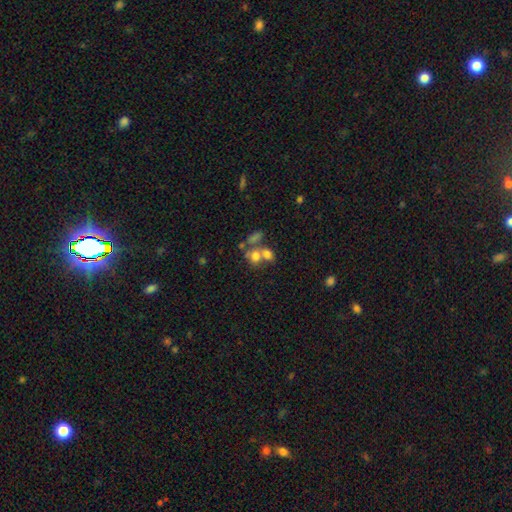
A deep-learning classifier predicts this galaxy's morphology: Q: Smooth or featured?
A: smooth (65%); runner-up: featured or disk (20%)
Q: How rounded?
A: in between (51%); runner-up: round (47%)
Q: Merging?
A: merger (52%); runner-up: none (31%)